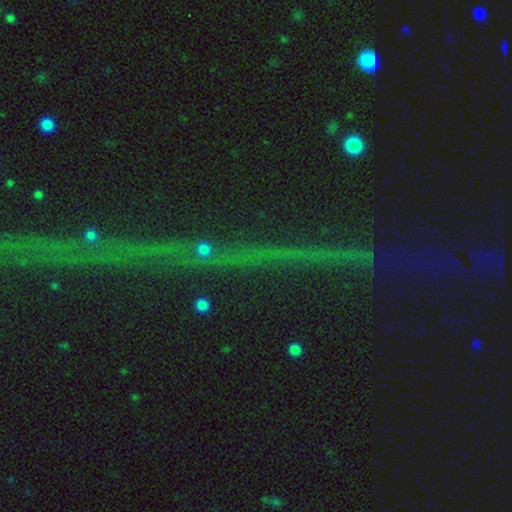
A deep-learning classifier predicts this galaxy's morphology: A star or artifact, not a galaxy (76%).

Vote fractions:
- Smooth or featured? star or artifact: 76% / featured or disk: 15% / smooth: 9%